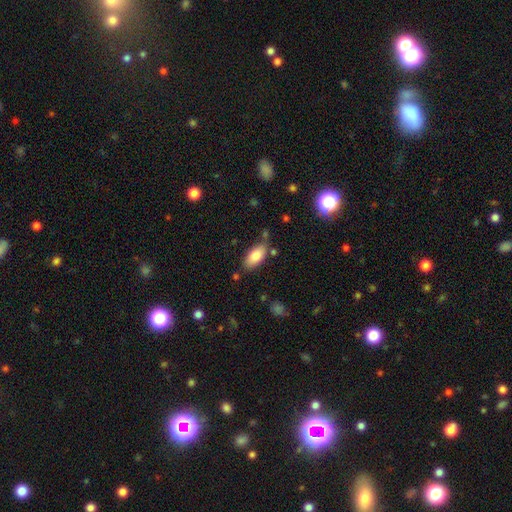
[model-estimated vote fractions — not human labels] smooth_or_featured: smooth (p=0.80) [alt: featured or disk p=0.13]
how_rounded: in between (p=0.89) [alt: cigar-shaped p=0.08]
merging: none (p=0.76) [alt: minor disturbance p=0.16]